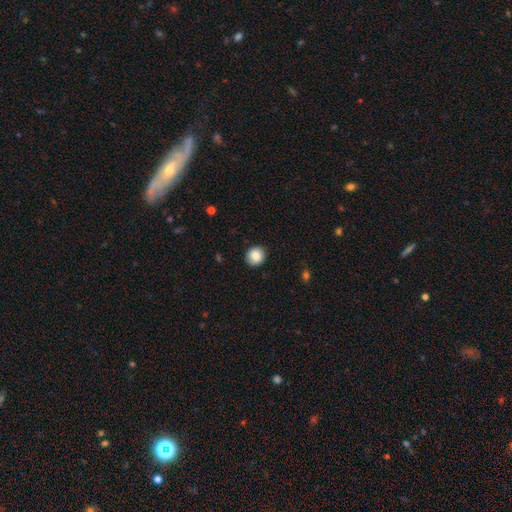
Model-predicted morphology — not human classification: Overall: smooth (84%). How rounded: round (82%). Merging: none (89%).